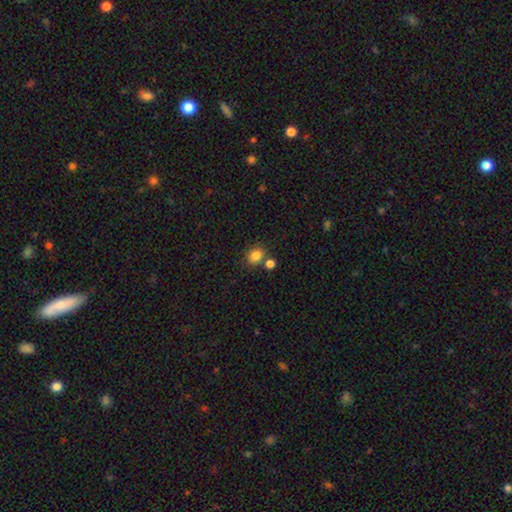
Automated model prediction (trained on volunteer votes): smooth_or_featured: smooth (p=0.84) [alt: star or artifact p=0.11]
how_rounded: round (p=0.57) [alt: in between p=0.42]
merging: none (p=0.69) [alt: merger p=0.17]